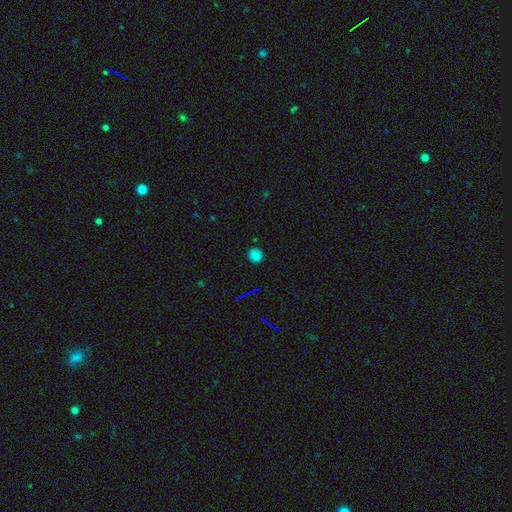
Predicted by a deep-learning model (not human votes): smooth 77%, star or artifact 18%, featured or disk 5%. Down the decision tree: how rounded — round (84%); merging — none (84%).